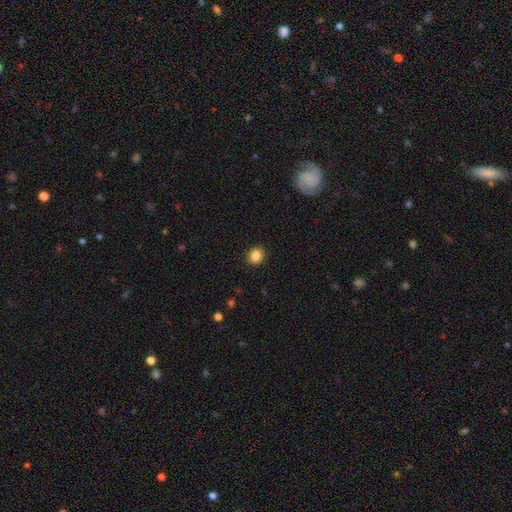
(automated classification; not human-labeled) Smooth or featured? Predicted: smooth (p=0.86). How rounded? Predicted: round (p=0.66). Merging? Predicted: none (p=0.91).